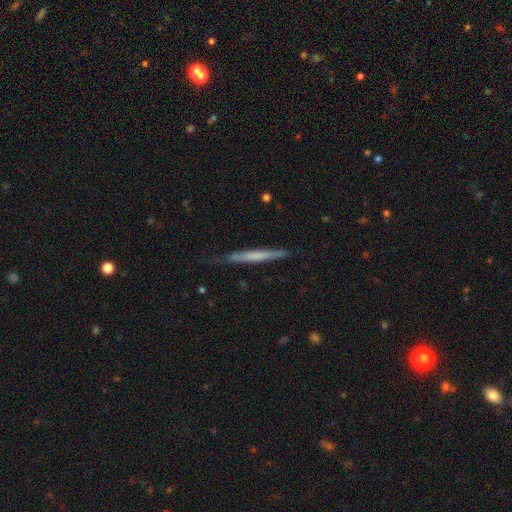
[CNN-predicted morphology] Smooth or featured: smooth — 50% (featured or disk — 44%)
How rounded: cigar-shaped — 96% (in between — 3%)
Merging: none — 75% (minor disturbance — 20%)